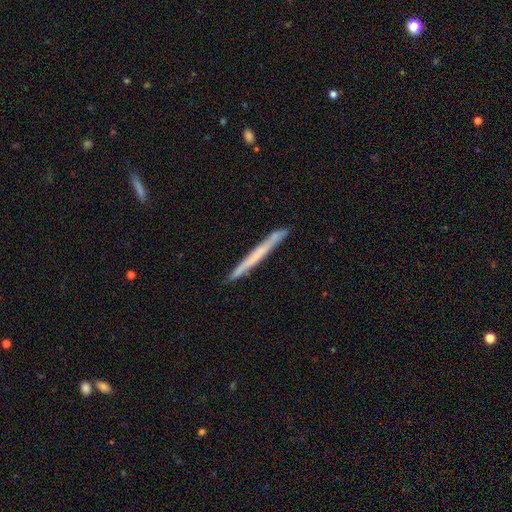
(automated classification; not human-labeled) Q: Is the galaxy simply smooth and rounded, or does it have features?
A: smooth — 50%.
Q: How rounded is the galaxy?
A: cigar-shaped — 97%.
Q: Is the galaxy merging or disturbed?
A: none — 90%.